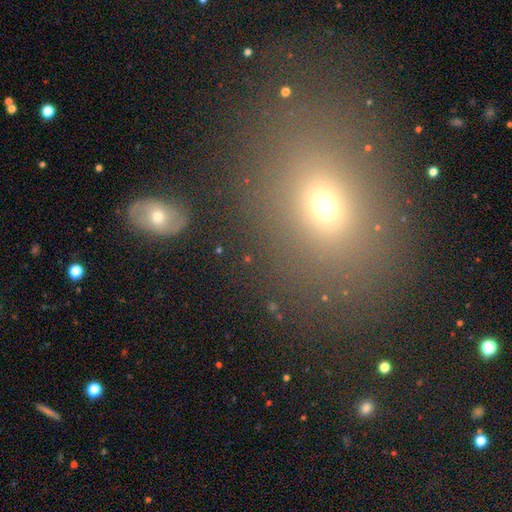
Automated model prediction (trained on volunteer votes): Smooth or featured?
  - smooth: 59% *
  - star or artifact: 28%
  - featured or disk: 13%
How rounded?
  - in between: 63% *
  - round: 35%
  - cigar-shaped: 2%
Merging?
  - none: 79% *
  - minor disturbance: 11%
  - major disturbance: 6%
  - merger: 4%